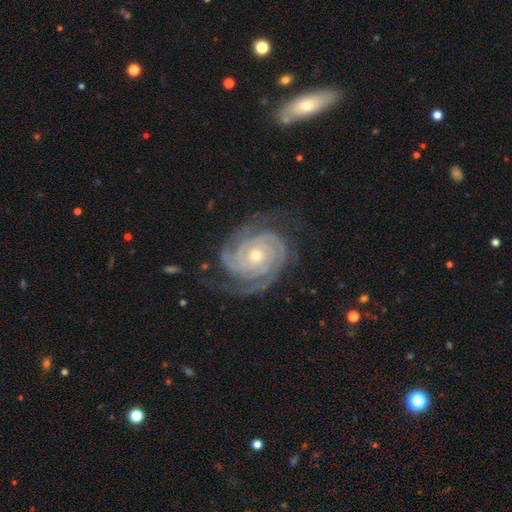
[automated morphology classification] Overall: featured or disk (93%). Edge-on disk: no (98%). Bar: no (75%). Spiral arms: yes (99%). Spiral arm count: 3 (34%; 2 29%). Spiral winding: tight (82%). Bulge size: small (51%; moderate 46%). Merging: none (76%).